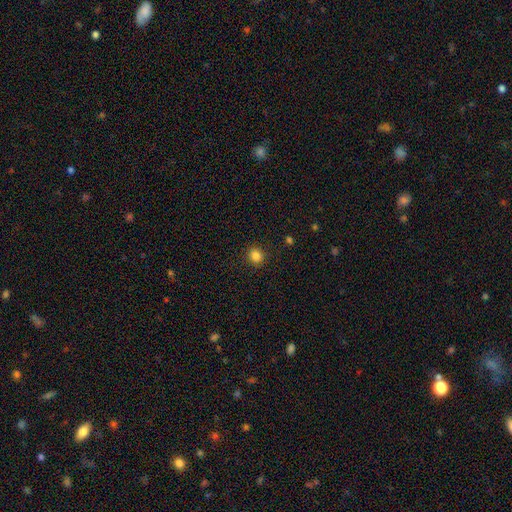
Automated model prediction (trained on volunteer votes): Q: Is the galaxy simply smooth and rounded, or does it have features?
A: smooth — 84%.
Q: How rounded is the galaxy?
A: round — 86%.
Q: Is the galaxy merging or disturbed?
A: none — 90%.